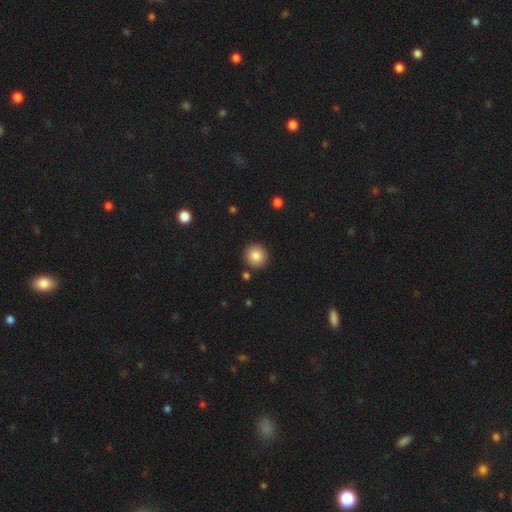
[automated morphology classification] smooth-or-featured: smooth: 86% | star or artifact: 9% | featured or disk: 5%
  how-rounded: round: 93% | in between: 6% | cigar-shaped: 1%
  merging: none: 89% | minor disturbance: 6% | merger: 3% | major disturbance: 2%